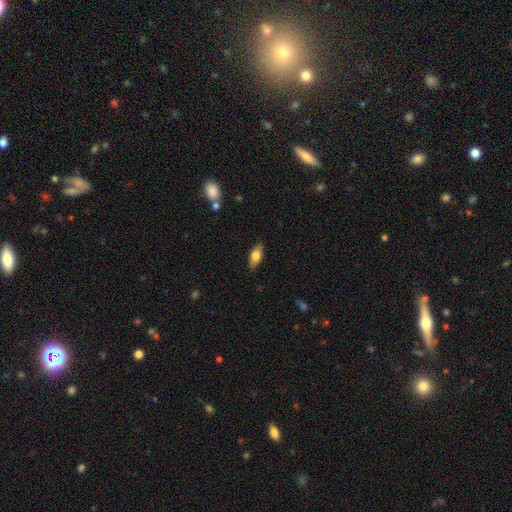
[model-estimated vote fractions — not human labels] Smooth or featured? Predicted: smooth (p=0.73). How rounded? Predicted: in between (p=0.81). Merging? Predicted: none (p=0.85).